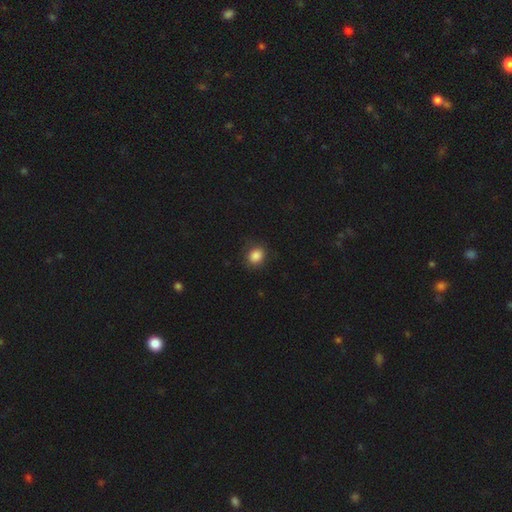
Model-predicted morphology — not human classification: Overall: smooth (86%). How rounded: round (72%). Merging: none (81%).